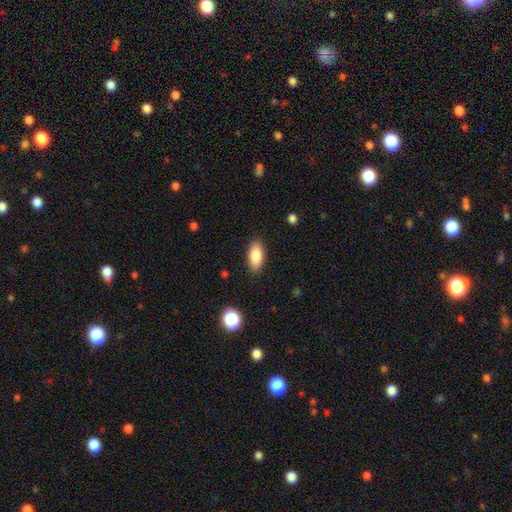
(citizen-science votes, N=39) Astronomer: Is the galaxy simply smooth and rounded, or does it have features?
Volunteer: smooth — 95%.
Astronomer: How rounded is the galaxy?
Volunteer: in between — 86%.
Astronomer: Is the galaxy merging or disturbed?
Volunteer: none — 84%.